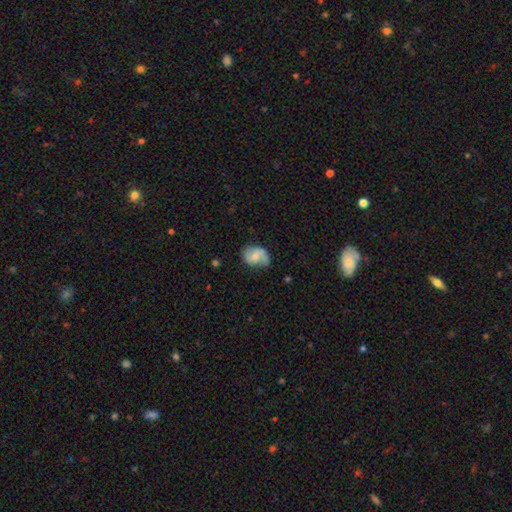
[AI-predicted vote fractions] Overall: featured or disk (52%; smooth 41%). Edge-on disk: no (97%). Bar: no (46%; weak 44%). Spiral arms: yes (86%). Bulge size: small (46%; moderate 37%). Merging: none (58%; minor disturbance 29%).